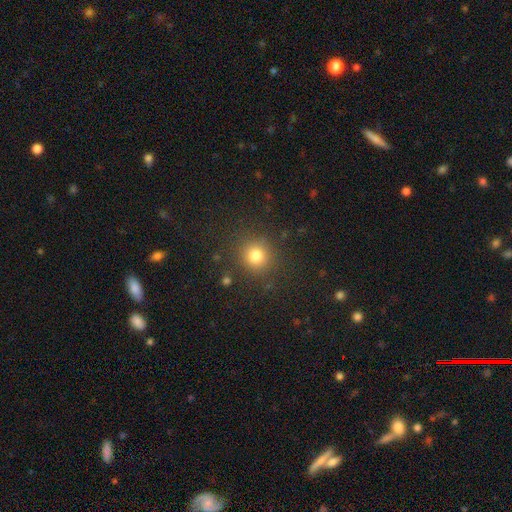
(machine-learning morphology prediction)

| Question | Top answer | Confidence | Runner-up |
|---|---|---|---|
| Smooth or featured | smooth | 80% | star or artifact (14%) |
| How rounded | round | 90% | in between (9%) |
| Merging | none | 87% | minor disturbance (8%) |